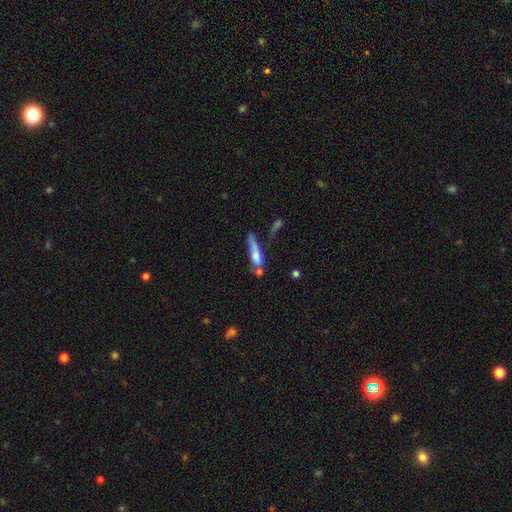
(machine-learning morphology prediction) smooth_or_featured: smooth (p=0.56) [alt: featured or disk p=0.34]
how_rounded: cigar-shaped (p=0.63) [alt: in between p=0.34]
merging: merger (p=0.30) [alt: none p=0.26]